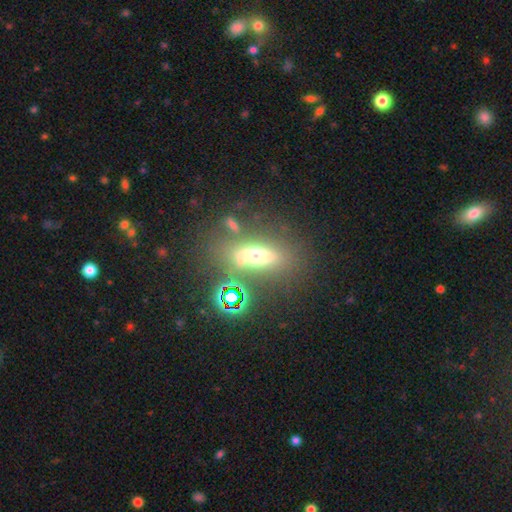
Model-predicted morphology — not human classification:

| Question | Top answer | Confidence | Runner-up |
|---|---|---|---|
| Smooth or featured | smooth | 48% | featured or disk (33%) |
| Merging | none | 61% | minor disturbance (16%) |